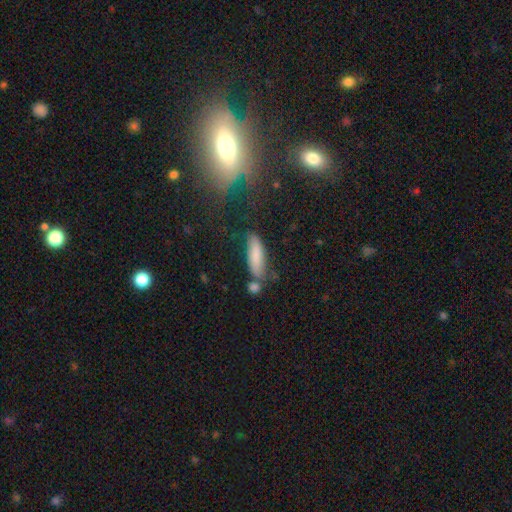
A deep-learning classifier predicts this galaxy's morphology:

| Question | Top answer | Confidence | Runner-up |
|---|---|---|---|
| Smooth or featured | smooth | 78% | featured or disk (14%) |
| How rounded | cigar-shaped | 55% | in between (43%) |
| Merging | none | 62% | minor disturbance (20%) |